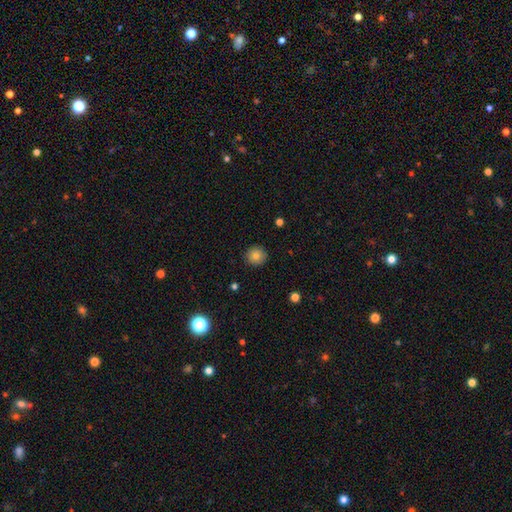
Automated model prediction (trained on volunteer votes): A smooth galaxy with no disk features (81%) that is round (93%). Merging: none (91%).